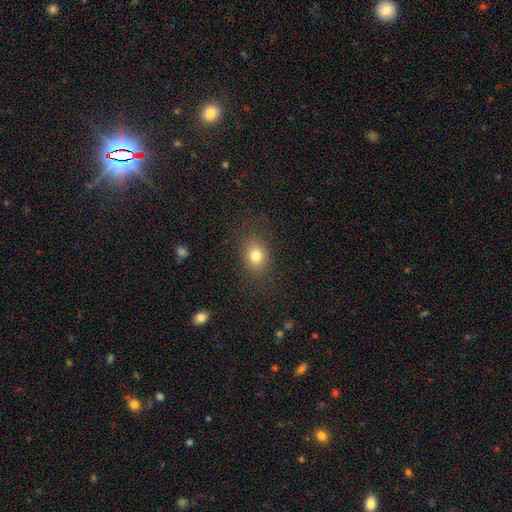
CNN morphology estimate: This is likely a smooth galaxy (79%). How rounded: possibly round (51%). Merging: clearly none (81%).